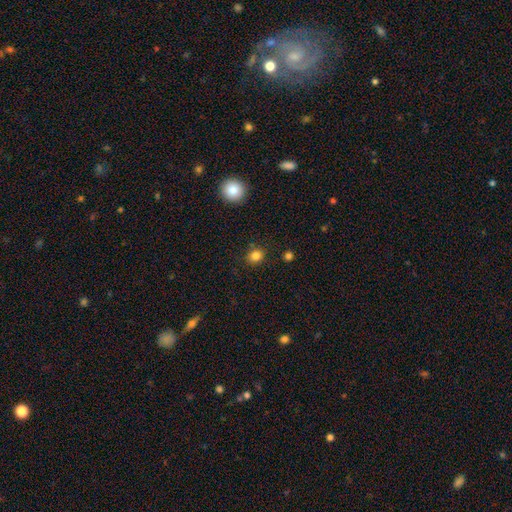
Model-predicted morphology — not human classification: smooth 82%, star or artifact 13%, featured or disk 5%. Down the decision tree: how rounded — round (77%); merging — none (86%).